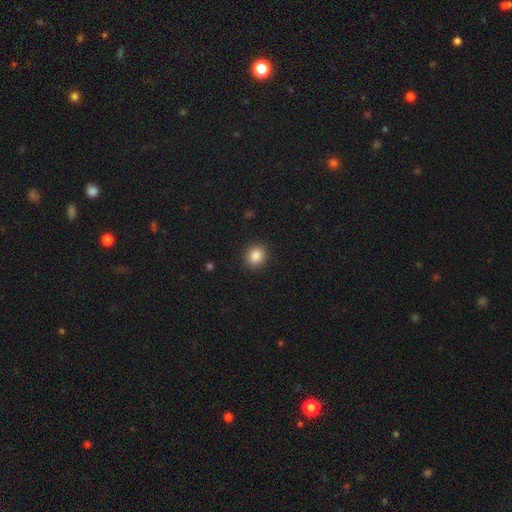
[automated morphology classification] Overall: smooth (86%). How rounded: round (78%). Merging: none (91%).